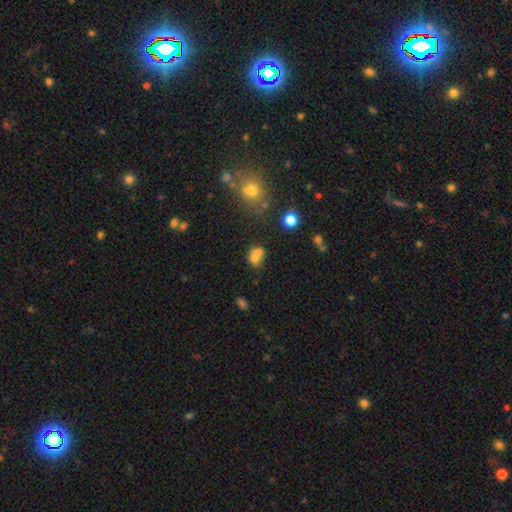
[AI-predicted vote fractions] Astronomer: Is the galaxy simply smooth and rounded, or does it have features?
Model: smooth — 69%.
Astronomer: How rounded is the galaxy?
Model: round — 51% (runner-up: in between, 48%).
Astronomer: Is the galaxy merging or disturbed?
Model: merger — 58%.